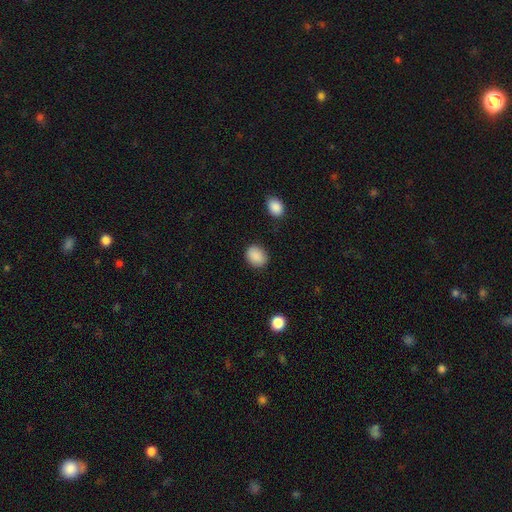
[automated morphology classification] Smooth or featured?
  - smooth: 89% *
  - star or artifact: 8%
  - featured or disk: 3%
How rounded?
  - in between: 52% *
  - round: 47%
  - cigar-shaped: 1%
Merging?
  - none: 86% *
  - minor disturbance: 9%
  - major disturbance: 3%
  - merger: 2%